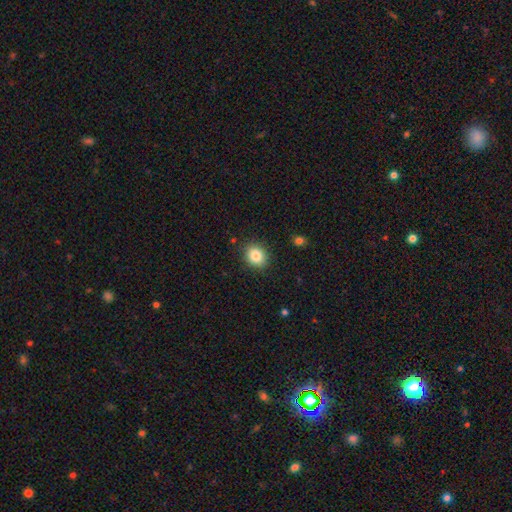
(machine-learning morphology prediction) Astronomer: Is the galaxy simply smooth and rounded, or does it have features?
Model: smooth — 84%.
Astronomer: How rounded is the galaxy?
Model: round — 61% (runner-up: in between, 38%).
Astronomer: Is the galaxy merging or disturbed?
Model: none — 87%.